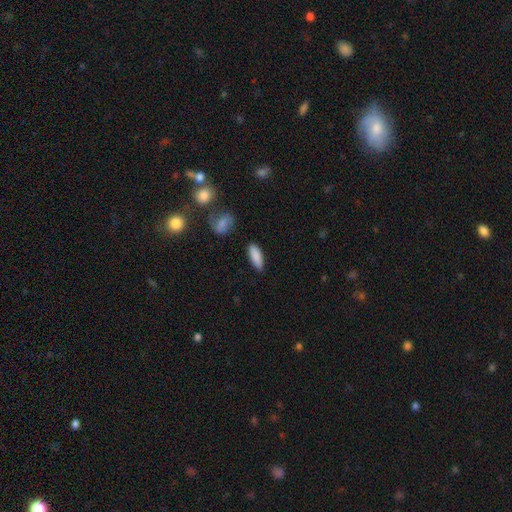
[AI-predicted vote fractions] smooth-or-featured: smooth: 87% | featured or disk: 7% | star or artifact: 6%
  how-rounded: in between: 71% | cigar-shaped: 27% | round: 2%
  merging: none: 83% | minor disturbance: 12% | major disturbance: 3% | merger: 2%